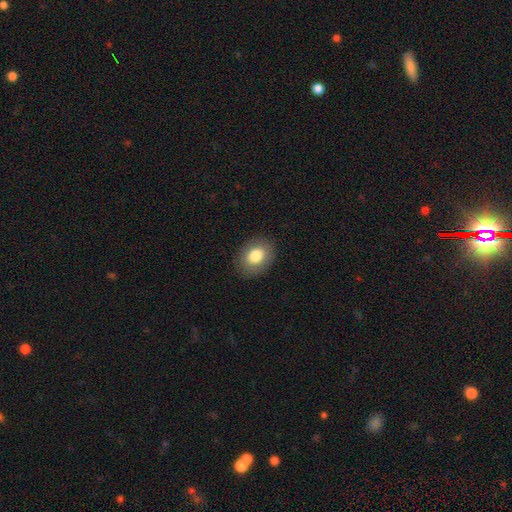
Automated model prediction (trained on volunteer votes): Smooth or featured? smooth (80%)
How rounded? in between (65%)
Merging? none (87%)